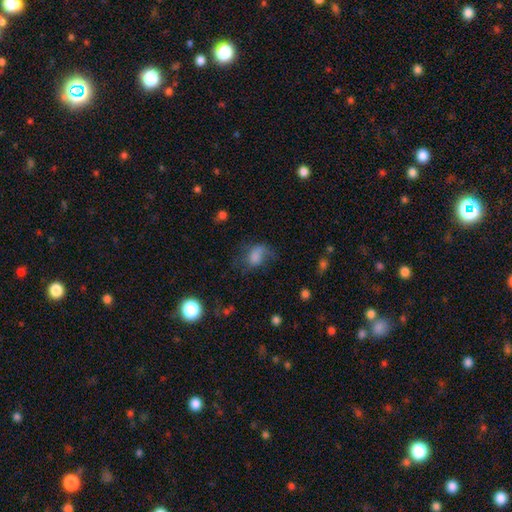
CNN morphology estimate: Smooth or featured: smooth — 66% (featured or disk — 23%)
How rounded: in between — 74% (round — 24%)
Merging: major disturbance — 39% (none — 33%)